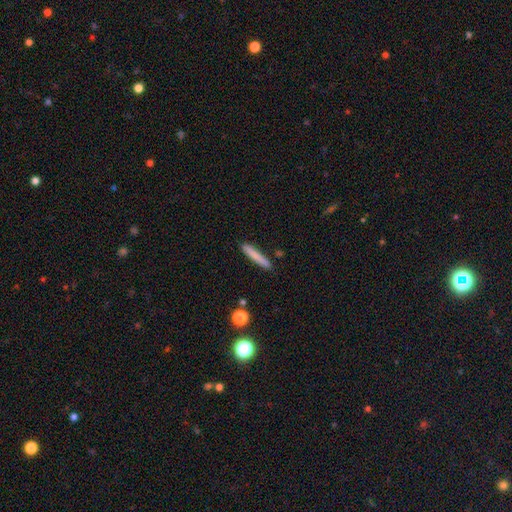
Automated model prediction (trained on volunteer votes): smooth-or-featured: smooth: 78% | featured or disk: 15% | star or artifact: 7%
  how-rounded: cigar-shaped: 94% | in between: 5% | round: 1%
  merging: none: 88% | minor disturbance: 8% | merger: 2% | major disturbance: 2%